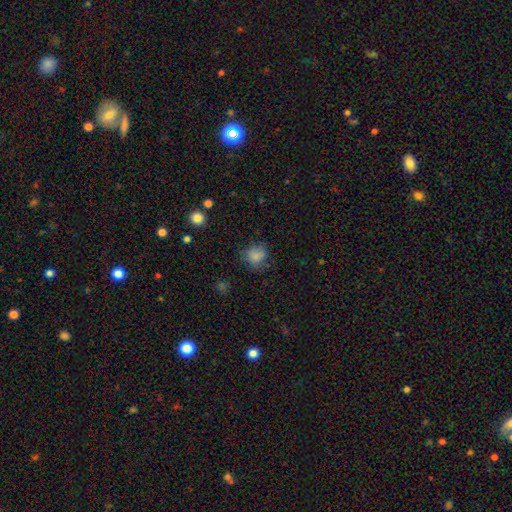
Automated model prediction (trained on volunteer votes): This appears to be a smooth galaxy with no disk features (80%) that is round (71%). Merging: none (70%).